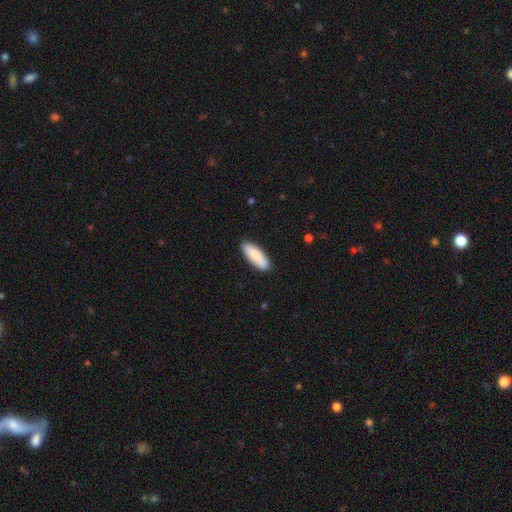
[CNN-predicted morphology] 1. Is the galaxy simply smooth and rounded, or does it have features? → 83% smooth, 11% featured or disk, 6% star or artifact.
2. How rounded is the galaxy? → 66% in between, 33% cigar-shaped, 2% round.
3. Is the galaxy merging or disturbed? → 86% none, 10% minor disturbance, 2% major disturbance, 1% merger.